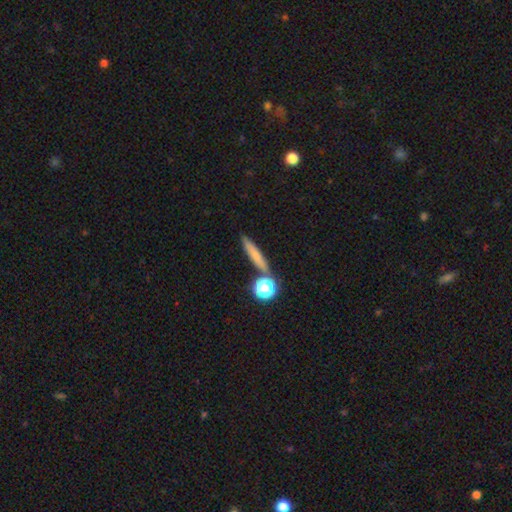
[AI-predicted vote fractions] smooth 70%, featured or disk 18%, star or artifact 12%. Down the decision tree: how rounded — cigar-shaped (77%); merging — none (78%).